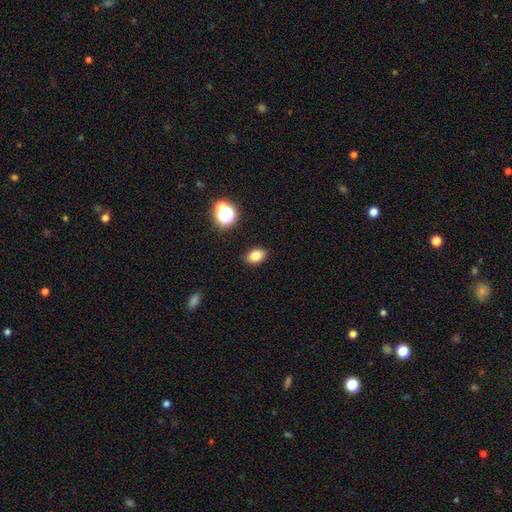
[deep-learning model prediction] Overall: smooth (79%). How rounded: in between (80%). Merging: none (87%).